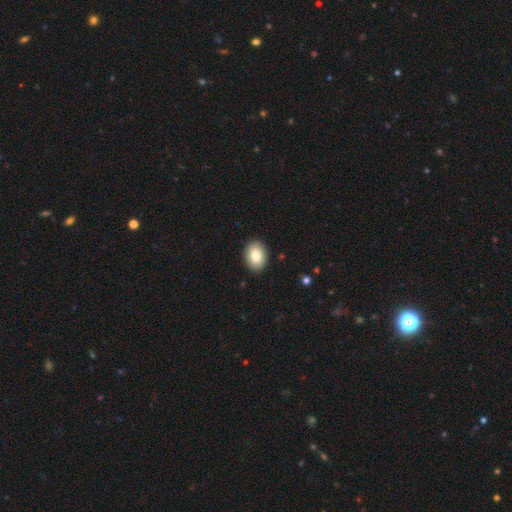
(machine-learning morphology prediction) Smooth or featured? smooth (85%)
How rounded? in between (80%)
Merging? none (91%)